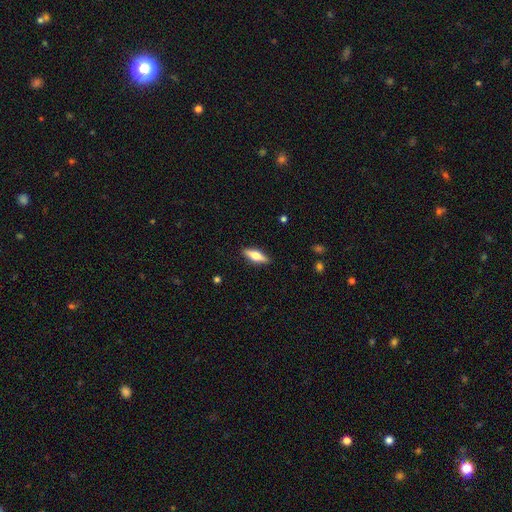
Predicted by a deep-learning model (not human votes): Morphology: type=smooth (53%); roundness=in between (50%); merging=none (89%).